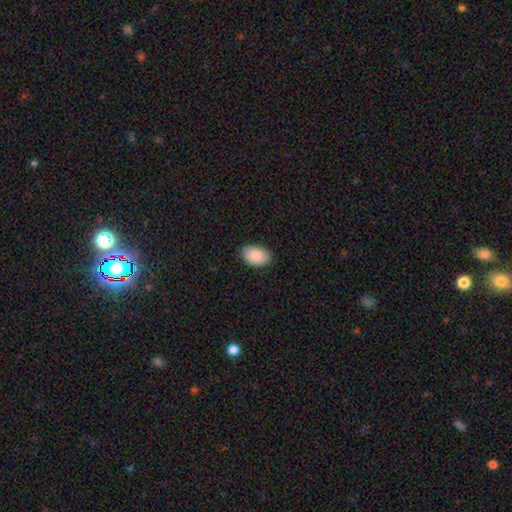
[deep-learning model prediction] The model was most divided on "merging": none: 85%, minor disturbance: 12%, major disturbance: 2%, merger: 1%. More confident: how rounded — in between (90%); smooth or featured — smooth (89%).